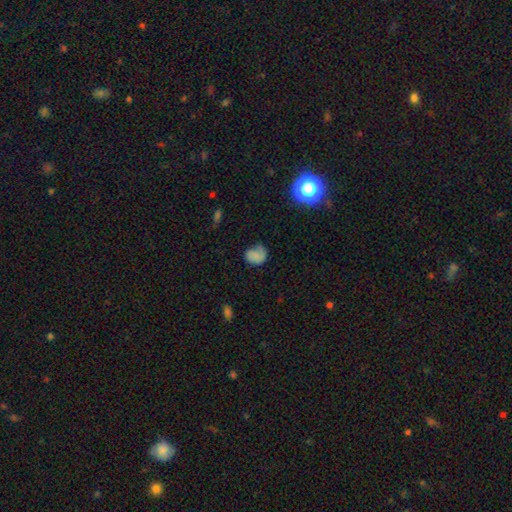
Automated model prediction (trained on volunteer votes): Overall: smooth (66%). How rounded: round (57%; in between 42%). Merging: none (49%; minor disturbance 30%).